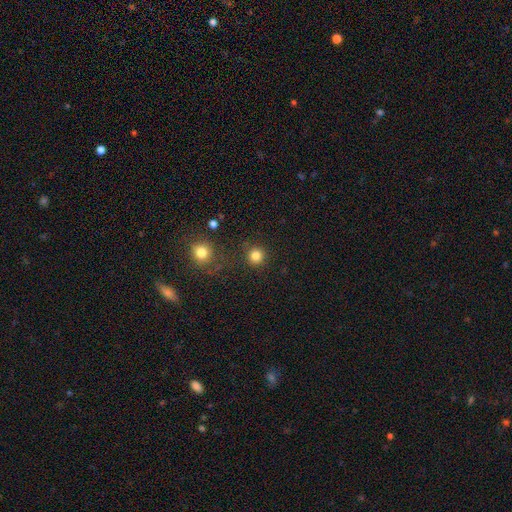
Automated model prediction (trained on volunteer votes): This appears to be a smooth galaxy with no disk features (83%) that is round (95%). Merging: none (88%).